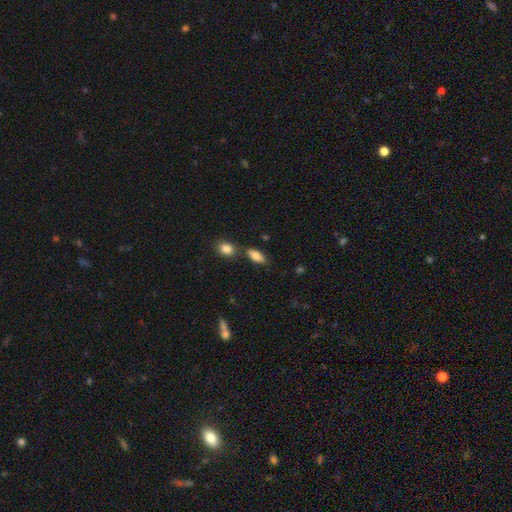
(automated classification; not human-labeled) Q: Smooth or featured?
A: smooth (82%); runner-up: featured or disk (10%)
Q: How rounded?
A: in between (84%); runner-up: cigar-shaped (12%)
Q: Merging?
A: none (69%); runner-up: merger (14%)